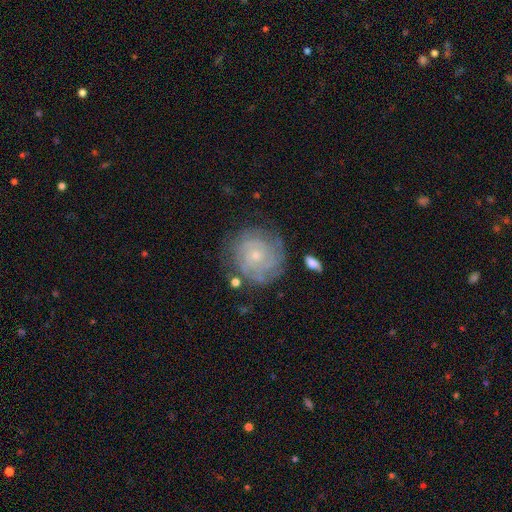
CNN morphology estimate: Overall: featured or disk (78%). Edge-on disk: no (98%). Bar: no (79%). Spiral arms: yes (94%). Spiral arm count: can't tell (34%; 2 25%). Spiral winding: tight (80%). Bulge size: small (77%). Merging: none (76%).